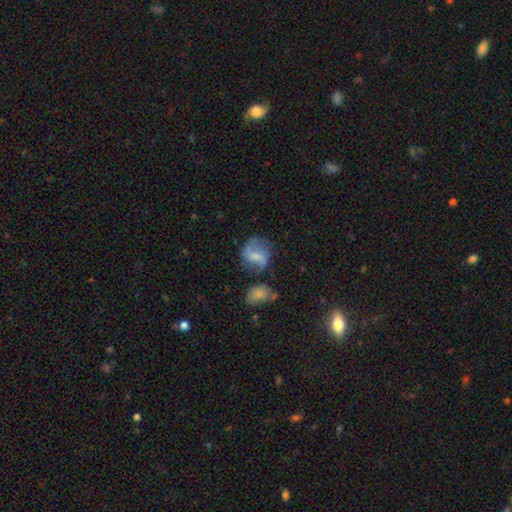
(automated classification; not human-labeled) A featured or disk galaxy (52%) with a weak bar (48%), spiral arms (77%) and a small central bulge (35%).

Vote fractions:
- Smooth or featured? featured or disk: 52% / smooth: 39% / star or artifact: 9%
- Edge-on disk? no: 97% / yes: 3%
- Bar? weak: 48% / no: 33% / strong: 20%
- Spiral arms? yes: 77% / no: 23%
- Bulge size? small: 35% / moderate: 31% / none: 26% / large: 6% / dominant: 2%
- Merging? none: 51% / minor disturbance: 23% / major disturbance: 17% / merger: 9%